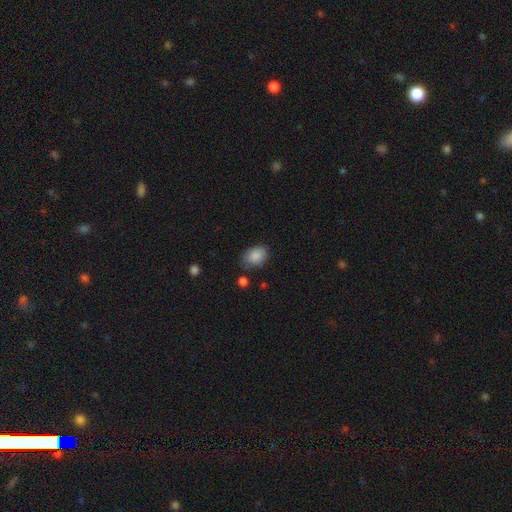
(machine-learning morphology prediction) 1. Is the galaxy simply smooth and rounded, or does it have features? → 87% smooth, 8% star or artifact, 5% featured or disk.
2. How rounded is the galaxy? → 76% in between, 23% round, 1% cigar-shaped.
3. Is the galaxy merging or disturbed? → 69% none, 23% minor disturbance, 5% major disturbance, 3% merger.